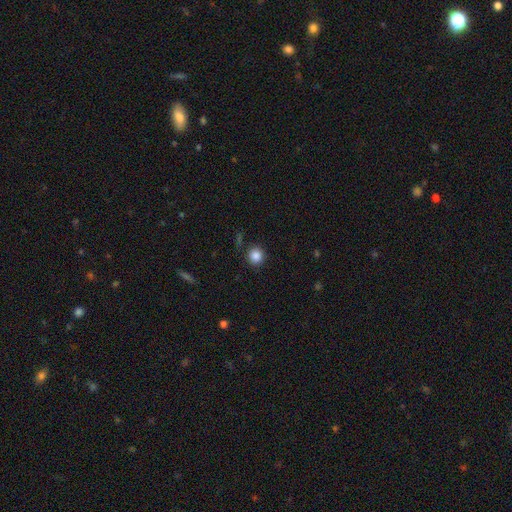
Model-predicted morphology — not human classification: This appears to be a smooth galaxy with no disk features (86%) that is round (92%). Merging: none (88%).